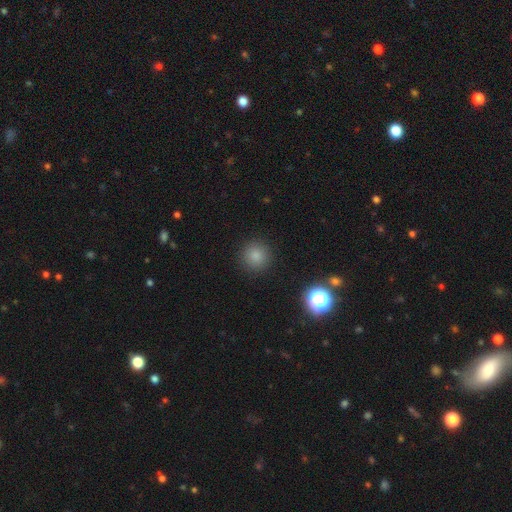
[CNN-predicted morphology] Smooth or featured: smooth — 83% (star or artifact — 12%)
How rounded: round — 94% (in between — 5%)
Merging: none — 91% (minor disturbance — 6%)